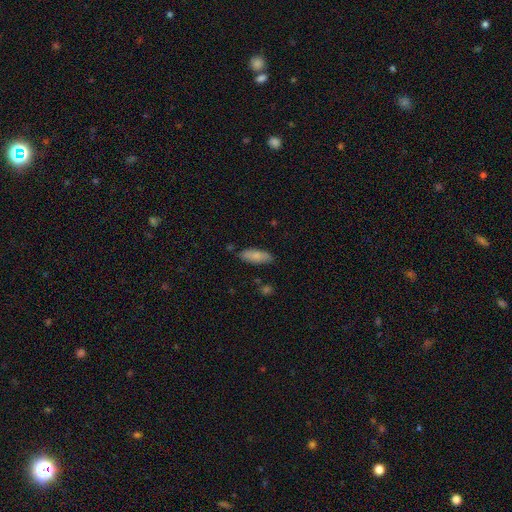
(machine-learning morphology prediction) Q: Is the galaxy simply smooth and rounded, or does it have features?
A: smooth — 81%.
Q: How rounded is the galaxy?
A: in between — 72%.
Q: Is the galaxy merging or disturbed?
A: none — 80%.